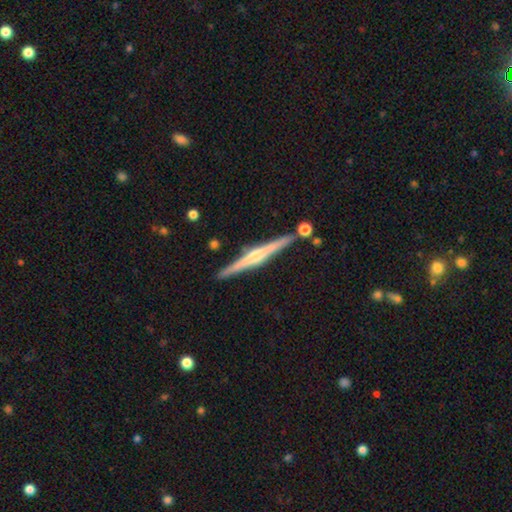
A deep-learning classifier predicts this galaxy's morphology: This appears to be a featured or disk galaxy (76%) viewed edge-on (98%) with a rounded central bulge (73%). Merging: none (87%).